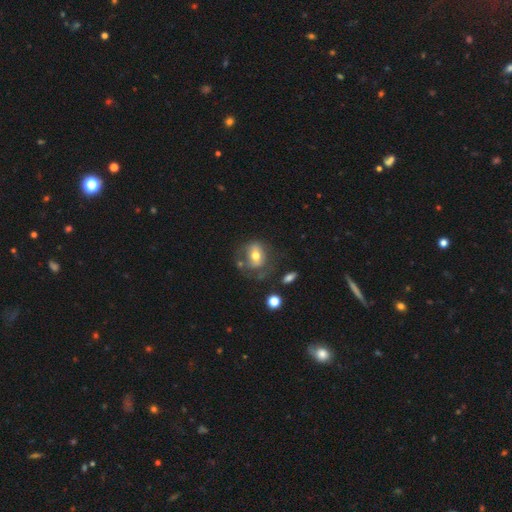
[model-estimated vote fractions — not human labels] A smooth galaxy with no disk features (55%) that is in between round and cigar-shaped (52%).

Vote fractions:
- Smooth or featured? smooth: 55% / featured or disk: 36% / star or artifact: 9%
- How rounded? in between: 52% / round: 46% / cigar-shaped: 2%
- Merging? none: 48% / minor disturbance: 24% / major disturbance: 20% / merger: 8%